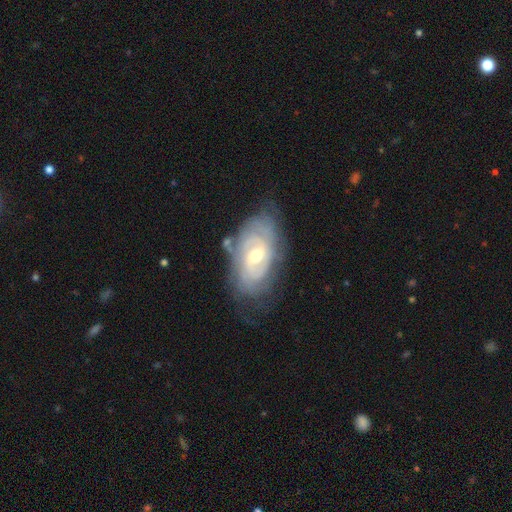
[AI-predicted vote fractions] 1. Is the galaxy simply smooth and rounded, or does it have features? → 82% featured or disk, 12% smooth, 6% star or artifact.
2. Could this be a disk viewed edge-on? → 95% no, 5% yes.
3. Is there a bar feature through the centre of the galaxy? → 47% weak, 40% no, 13% strong.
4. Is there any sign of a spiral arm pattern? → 90% yes, 10% no.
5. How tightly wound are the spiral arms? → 71% tight, 22% medium, 6% loose.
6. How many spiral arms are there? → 43% can't tell, 31% 2, 12% 3, 6% 4, 4% more than 4, 4% 1.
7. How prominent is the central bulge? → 65% moderate, 30% small, 4% large, 1% none, 1% dominant.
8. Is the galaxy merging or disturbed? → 67% none, 21% minor disturbance, 9% major disturbance, 3% merger.